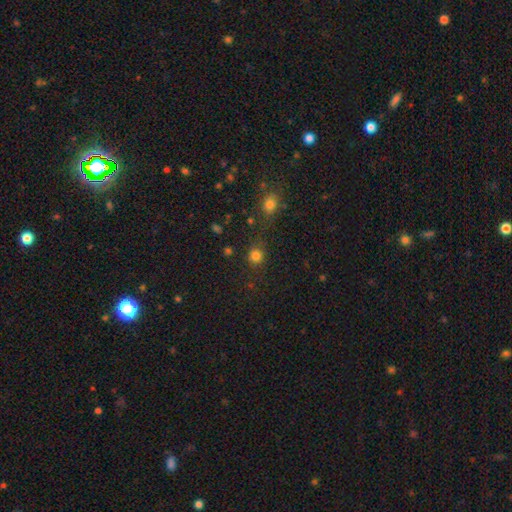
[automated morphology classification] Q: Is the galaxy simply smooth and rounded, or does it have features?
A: smooth — 80%.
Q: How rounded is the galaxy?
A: round — 87%.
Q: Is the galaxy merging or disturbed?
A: none — 76%.